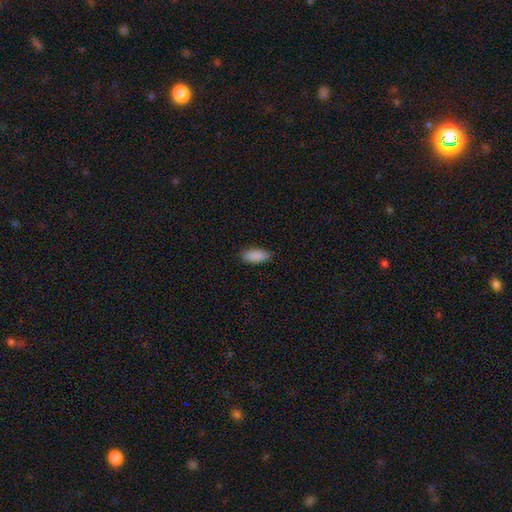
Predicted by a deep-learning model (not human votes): This appears to be a smooth galaxy with no disk features (90%) that is in between round and cigar-shaped (86%). Merging: none (86%).